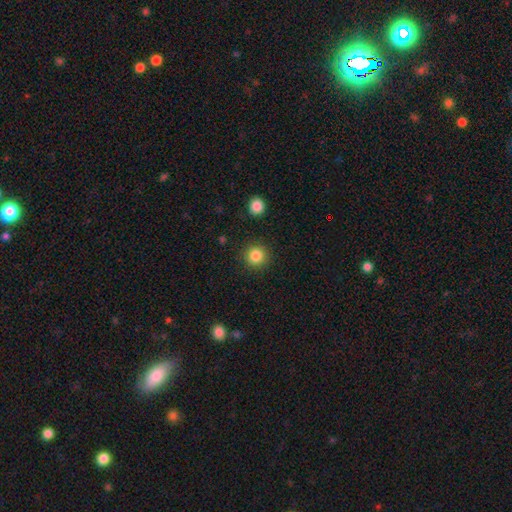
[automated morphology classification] smooth-or-featured: smooth: 85% | star or artifact: 11% | featured or disk: 5%
  how-rounded: round: 94% | in between: 5% | cigar-shaped: 1%
  merging: none: 90% | minor disturbance: 6% | major disturbance: 2% | merger: 2%